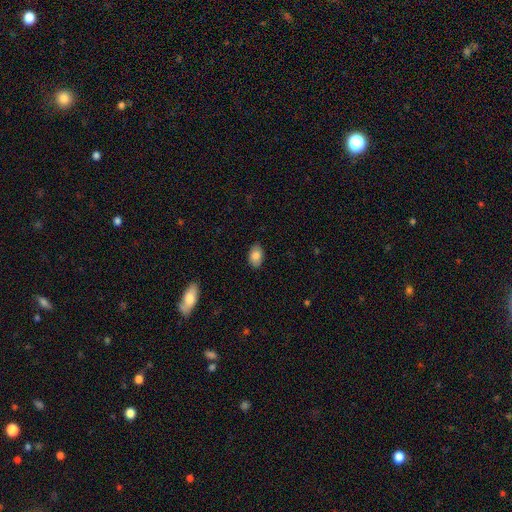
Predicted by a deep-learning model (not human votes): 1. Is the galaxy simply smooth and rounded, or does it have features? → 83% smooth, 9% featured or disk, 7% star or artifact.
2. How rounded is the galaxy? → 89% in between, 10% round, 1% cigar-shaped.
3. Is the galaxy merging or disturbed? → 85% none, 11% minor disturbance, 2% major disturbance, 1% merger.